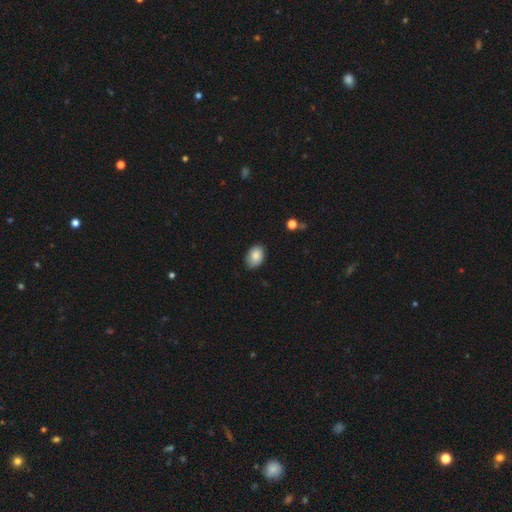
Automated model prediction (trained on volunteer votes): A smooth galaxy with no disk features (85%) that is in between round and cigar-shaped (83%).

Vote fractions:
- Smooth or featured? smooth: 85% / star or artifact: 7% / featured or disk: 7%
- How rounded? in between: 83% / round: 16% / cigar-shaped: 1%
- Merging? none: 81% / minor disturbance: 15% / major disturbance: 2% / merger: 1%